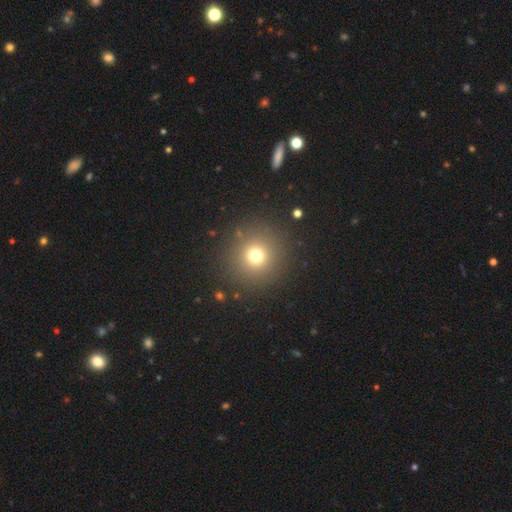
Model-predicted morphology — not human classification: Smooth or featured?
  - smooth: 72% *
  - star or artifact: 19%
  - featured or disk: 9%
How rounded?
  - round: 94% *
  - in between: 5%
  - cigar-shaped: 1%
Merging?
  - none: 88% *
  - minor disturbance: 6%
  - major disturbance: 4%
  - merger: 2%